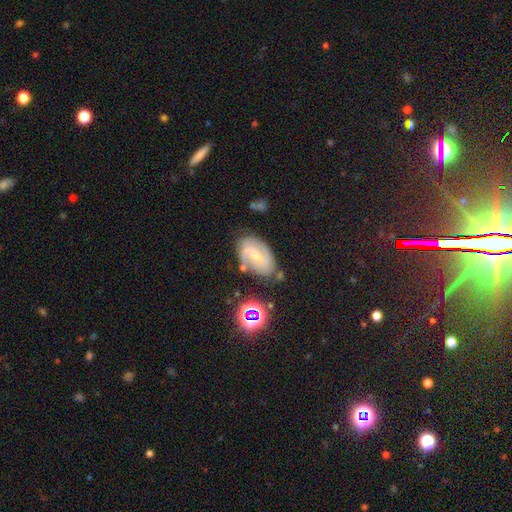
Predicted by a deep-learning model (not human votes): A featured or disk galaxy (73%) with a weak bar (49%), 2 (67%) medium (46%) spiral arms (93%) and a small central bulge (58%).

Vote fractions:
- Smooth or featured? featured or disk: 73% / smooth: 17% / star or artifact: 10%
- Edge-on disk? no: 96% / yes: 4%
- Bar? weak: 49% / no: 38% / strong: 13%
- Spiral arms? yes: 93% / no: 7%
- Spiral winding? medium: 46% / tight: 37% / loose: 17%
- Spiral arm count? 2: 67% / can't tell: 16% / 3: 10% / 1: 4% / 4: 2% / more than 4: 2%
- Bulge size? small: 58% / moderate: 30% / none: 9% / large: 2% / dominant: 1%
- Merging? none: 64% / minor disturbance: 22% / major disturbance: 8% / merger: 7%